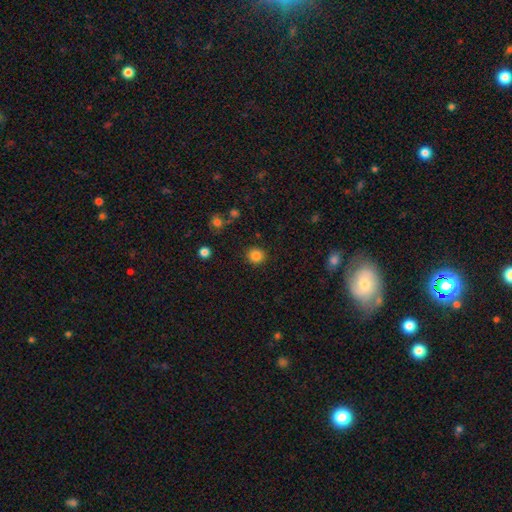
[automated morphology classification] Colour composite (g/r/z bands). It shows a smooth galaxy with no disk features (85%) that is round (90%). Merging: none (90%).